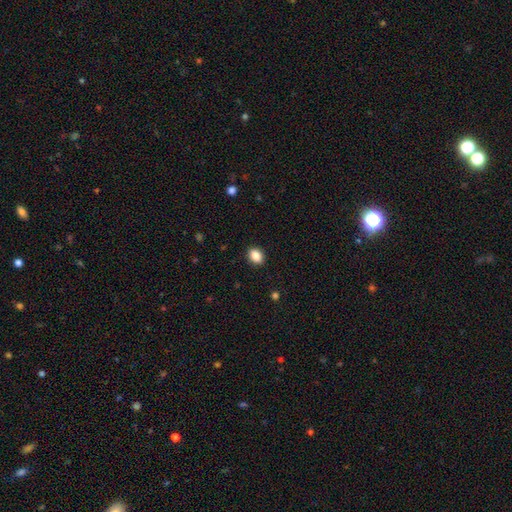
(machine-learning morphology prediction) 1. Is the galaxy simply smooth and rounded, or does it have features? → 87% smooth, 9% star or artifact, 4% featured or disk.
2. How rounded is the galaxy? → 69% in between, 30% round, 1% cigar-shaped.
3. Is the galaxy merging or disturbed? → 90% none, 7% minor disturbance, 2% major disturbance, 1% merger.